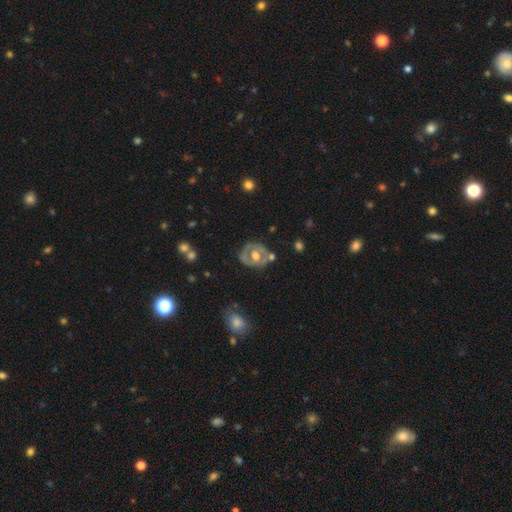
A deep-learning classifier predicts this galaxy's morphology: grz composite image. It shows a featured or disk galaxy (59%) with no bar (69%), no spiral arms (74%) and a moderate central bulge (65%). Merging: none (62%).